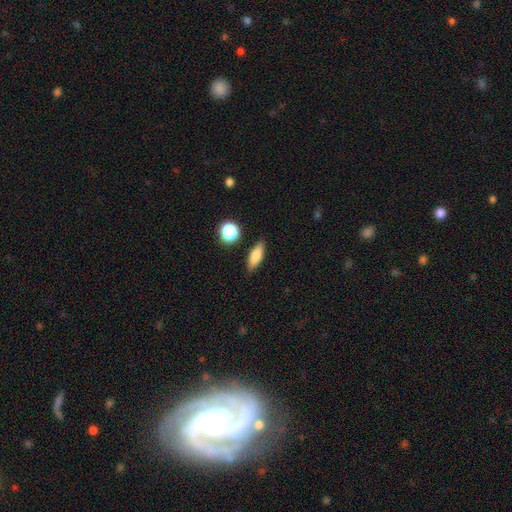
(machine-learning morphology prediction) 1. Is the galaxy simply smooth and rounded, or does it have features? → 78% smooth, 13% featured or disk, 8% star or artifact.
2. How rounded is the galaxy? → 60% in between, 34% cigar-shaped, 5% round.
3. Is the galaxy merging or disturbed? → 85% none, 10% minor disturbance, 3% major disturbance, 2% merger.